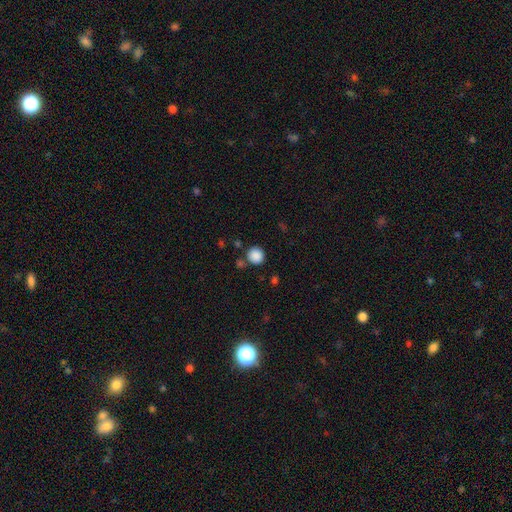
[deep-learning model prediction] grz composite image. It shows a smooth galaxy with no disk features (88%) that is round (90%). Merging: none (81%).